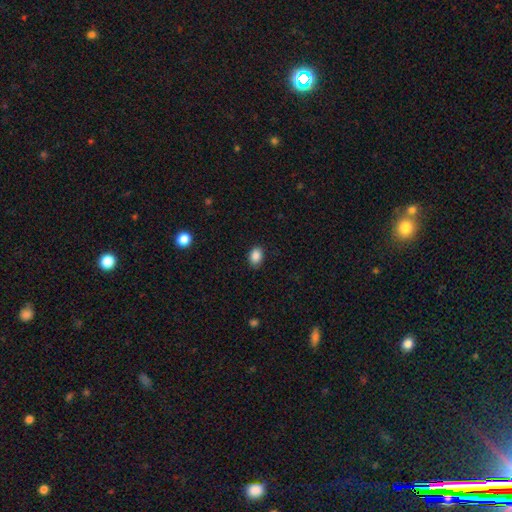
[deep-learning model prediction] Smooth or featured?
  - smooth: 88% *
  - star or artifact: 9%
  - featured or disk: 3%
How rounded?
  - in between: 72% *
  - round: 27%
  - cigar-shaped: 1%
Merging?
  - none: 86% *
  - minor disturbance: 11%
  - major disturbance: 2%
  - merger: 1%